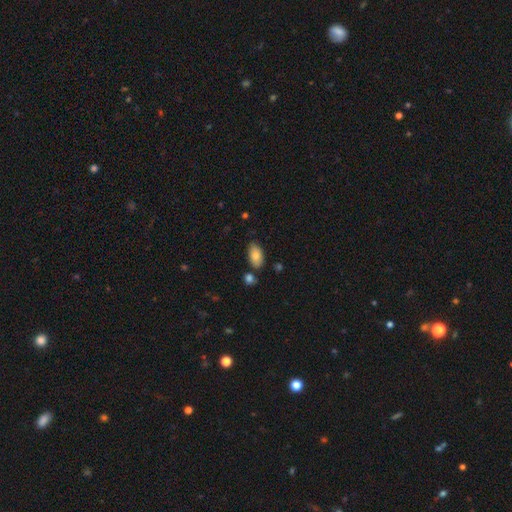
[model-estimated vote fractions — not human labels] Q: Smooth or featured?
A: smooth (79%); runner-up: featured or disk (13%)
Q: How rounded?
A: in between (94%); runner-up: round (4%)
Q: Merging?
A: none (76%); runner-up: minor disturbance (14%)